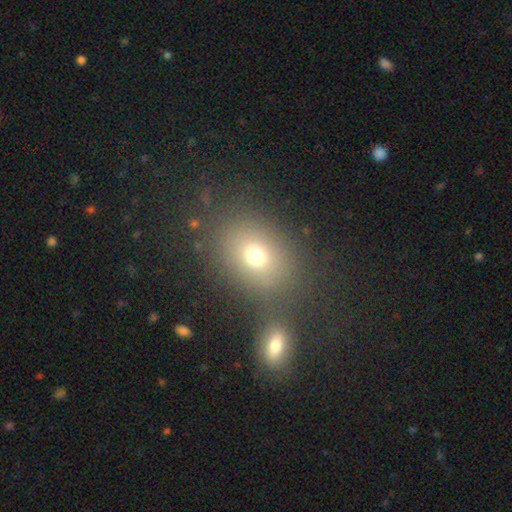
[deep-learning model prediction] Smooth or featured: smooth — 71% (star or artifact — 16%)
How rounded: in between — 58% (round — 40%)
Merging: none — 66% (merger — 19%)